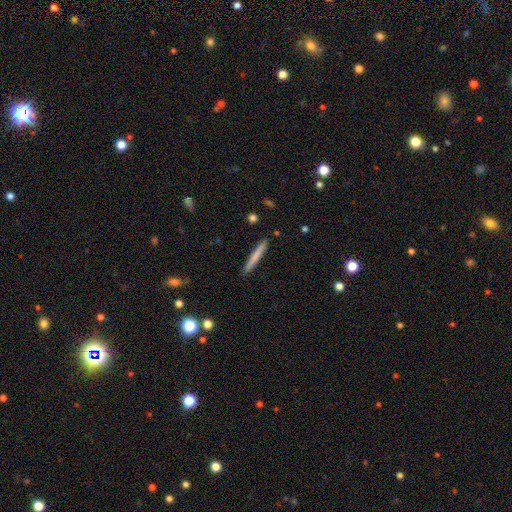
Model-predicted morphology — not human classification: This appears to be a smooth galaxy with no disk features (72%) that is cigar-shaped (97%). Merging: none (91%).